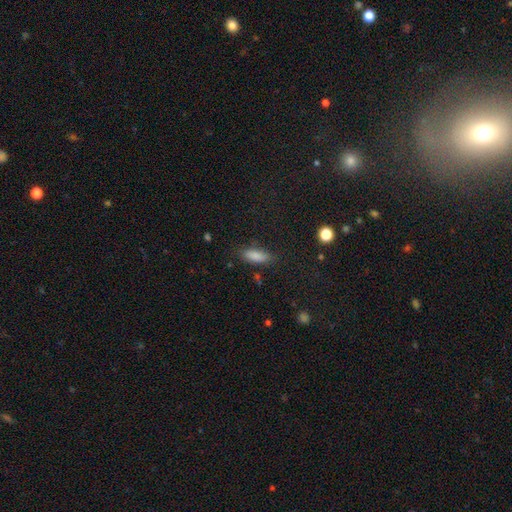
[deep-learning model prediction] smooth-or-featured: smooth: 84% | star or artifact: 9% | featured or disk: 7%
  how-rounded: in between: 71% | cigar-shaped: 27% | round: 3%
  merging: none: 78% | minor disturbance: 16% | major disturbance: 4% | merger: 2%